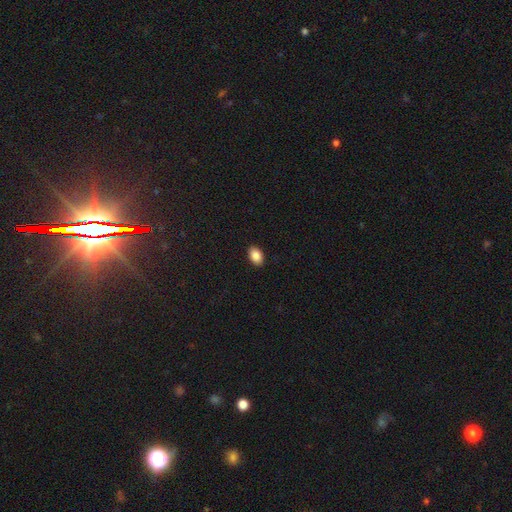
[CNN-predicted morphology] smooth_or_featured: smooth (p=0.88) [alt: star or artifact p=0.08]
how_rounded: in between (p=0.89) [alt: round p=0.10]
merging: none (p=0.91) [alt: minor disturbance p=0.07]